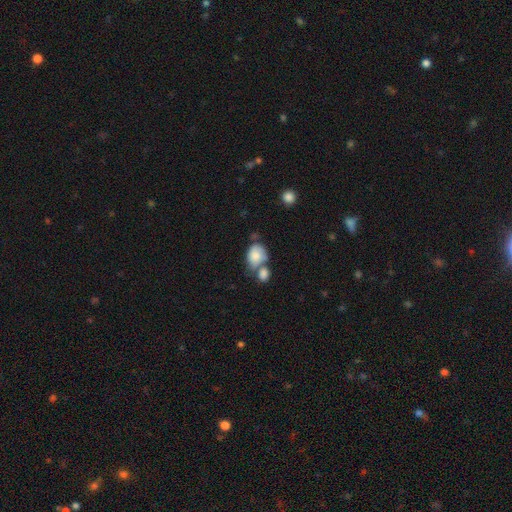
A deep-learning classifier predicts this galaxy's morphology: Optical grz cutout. It shows a smooth galaxy with no disk features (77%) that is in between round and cigar-shaped (66%). Merging: merger (53%).